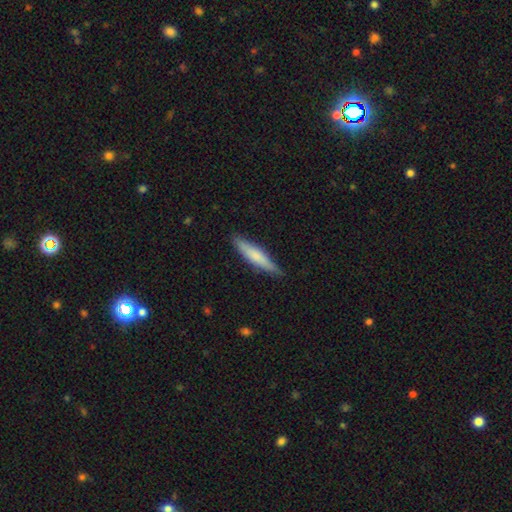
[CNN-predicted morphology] Q: Smooth or featured?
A: smooth (65%); runner-up: featured or disk (29%)
Q: How rounded?
A: cigar-shaped (87%); runner-up: in between (12%)
Q: Merging?
A: none (85%); runner-up: minor disturbance (12%)